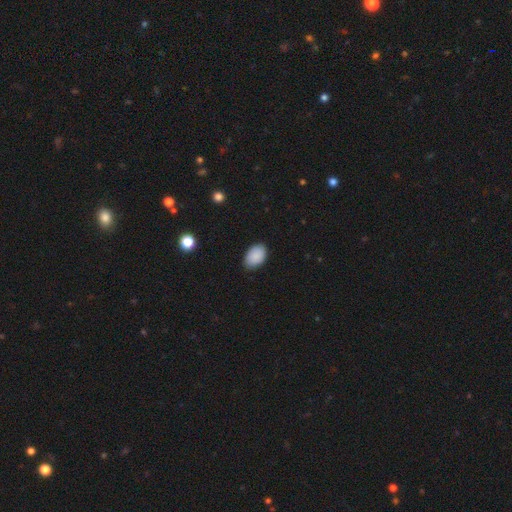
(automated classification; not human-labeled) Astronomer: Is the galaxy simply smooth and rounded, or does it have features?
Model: smooth — 89%.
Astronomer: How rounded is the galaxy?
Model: in between — 88%.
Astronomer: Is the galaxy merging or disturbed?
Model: none — 85%.